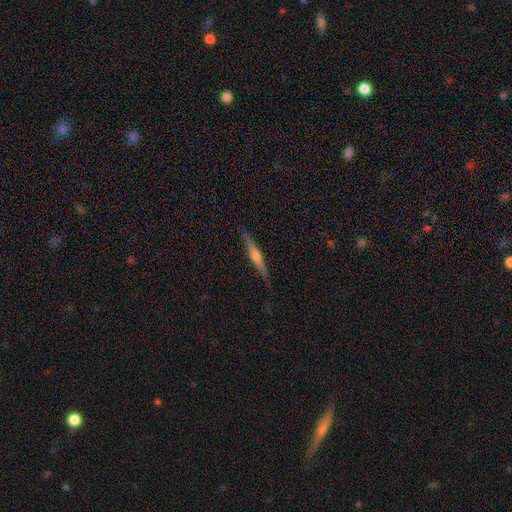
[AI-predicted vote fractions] Morphology: type=featured or disk (69%); edge-on=yes (97%); edge-on bulge=rounded (82%); merging=none (87%).